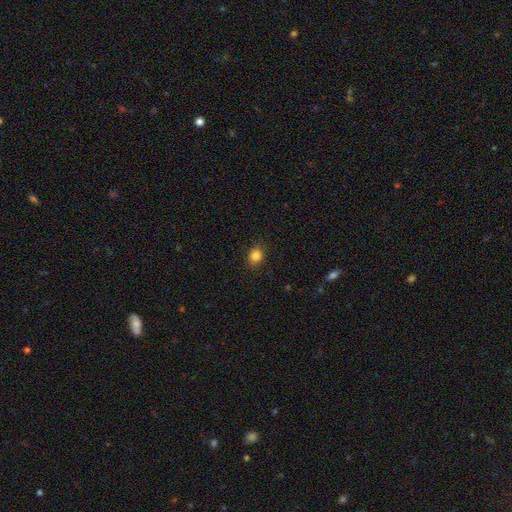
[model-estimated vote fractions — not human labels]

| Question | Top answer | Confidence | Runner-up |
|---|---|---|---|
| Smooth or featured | smooth | 84% | star or artifact (11%) |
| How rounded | round | 58% | in between (40%) |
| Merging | none | 87% | minor disturbance (10%) |